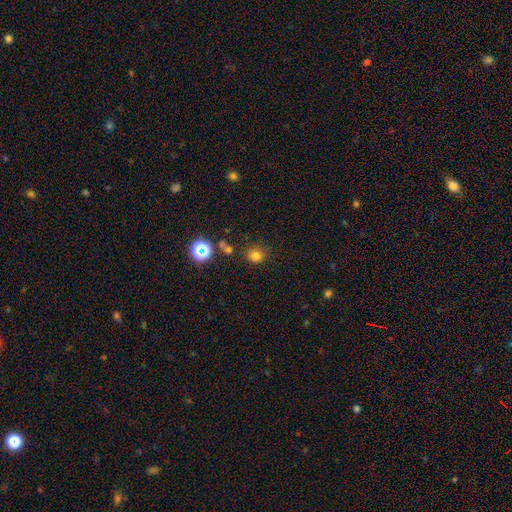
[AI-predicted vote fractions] Smooth or featured?
  - smooth: 75% *
  - star or artifact: 19%
  - featured or disk: 6%
How rounded?
  - round: 88% *
  - in between: 11%
  - cigar-shaped: 1%
Merging?
  - none: 80% *
  - minor disturbance: 11%
  - merger: 6%
  - major disturbance: 4%